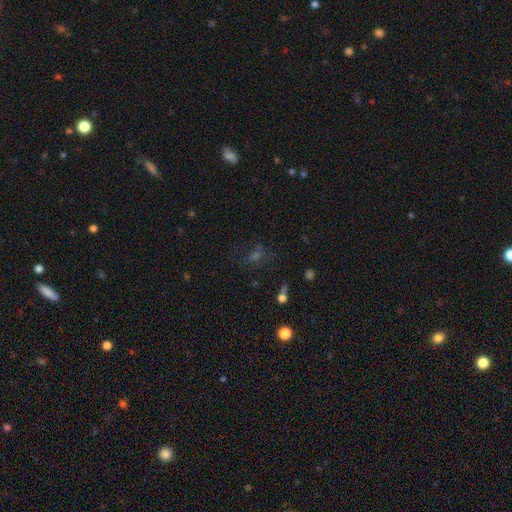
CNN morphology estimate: smooth_or_featured: star or artifact (p=0.41) [alt: smooth p=0.35]